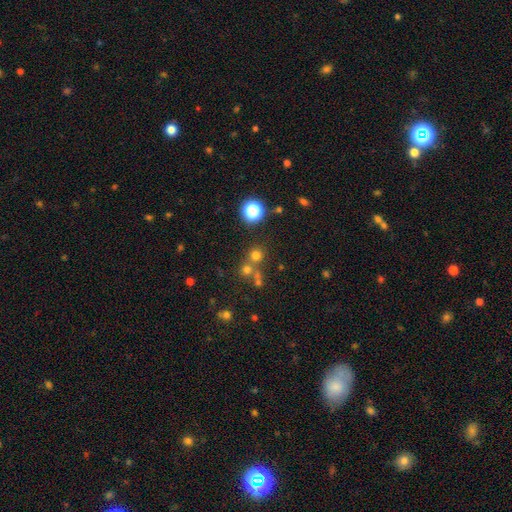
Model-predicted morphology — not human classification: Smooth or featured? Predicted: smooth (p=0.66). How rounded? Predicted: round (p=0.91). Merging? Predicted: none (p=0.66).